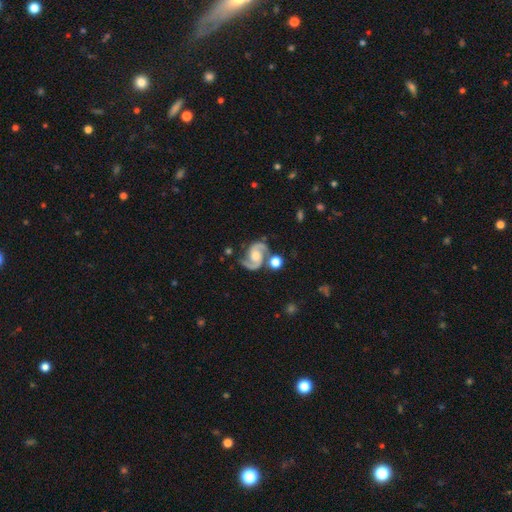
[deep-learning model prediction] featured or disk 92%, star or artifact 4%, smooth 4%. Down the decision tree: edge-on disk — no (98%); bar — no (61%); spiral arms — yes (98%); spiral arm count — 2 (94%); spiral winding — medium (62%); bulge size — moderate (48%); merging — none (74%).